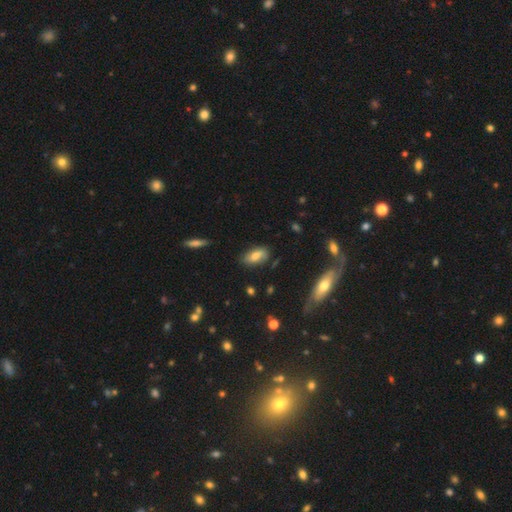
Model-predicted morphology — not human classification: Smooth or featured: smooth — 70% (featured or disk — 22%)
How rounded: in between — 89% (cigar-shaped — 7%)
Merging: none — 77% (minor disturbance — 18%)